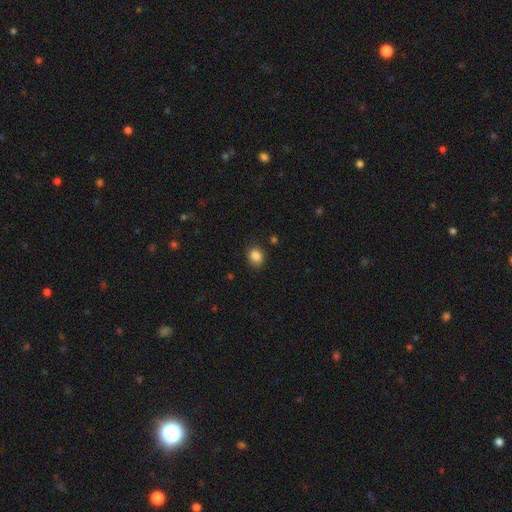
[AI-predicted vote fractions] Morphology: type=smooth (86%); roundness=round (56%); merging=none (78%).